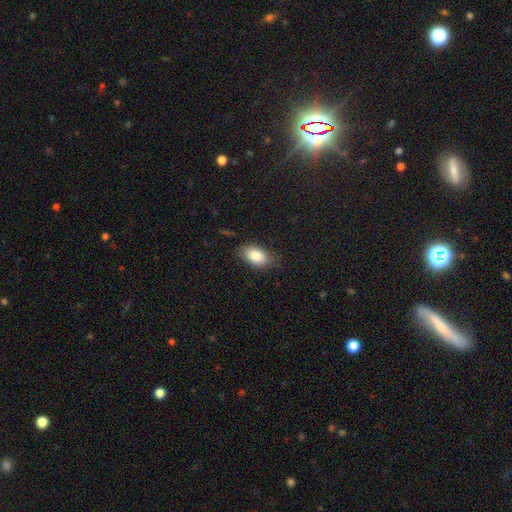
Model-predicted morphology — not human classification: This is clearly a smooth galaxy (83%). How rounded: clearly in between (91%). Merging: clearly none (80%).